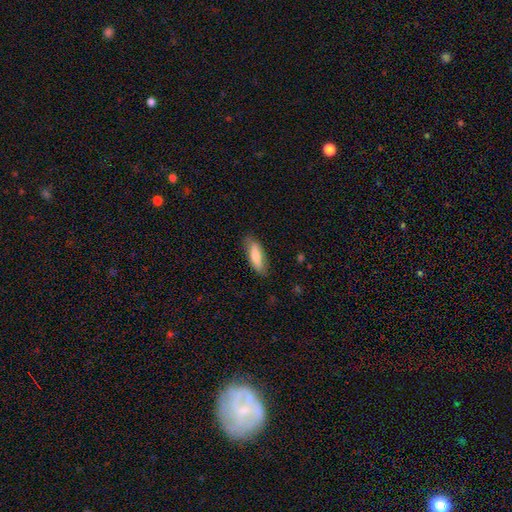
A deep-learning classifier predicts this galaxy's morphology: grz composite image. It shows a smooth galaxy with no disk features (76%) that is in between round and cigar-shaped (57%). Merging: none (80%).